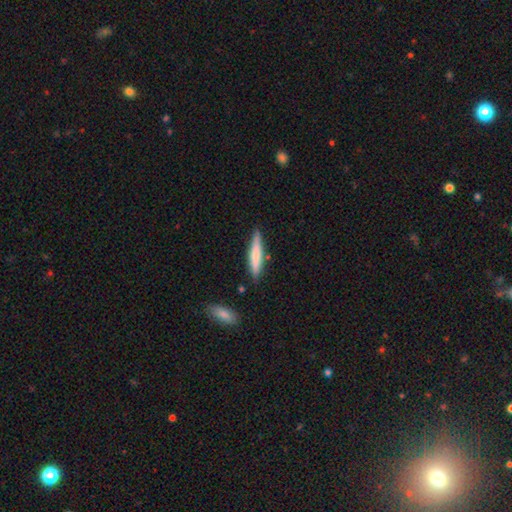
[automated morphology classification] Overall: smooth (64%; featured or disk 31%). How rounded: cigar-shaped (89%). Merging: none (81%).